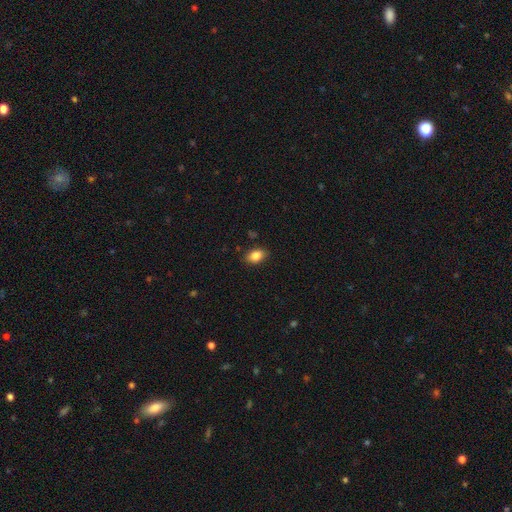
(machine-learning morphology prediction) smooth-or-featured: smooth: 85% | star or artifact: 8% | featured or disk: 7%
  how-rounded: in between: 85% | round: 13% | cigar-shaped: 2%
  merging: none: 86% | minor disturbance: 11% | major disturbance: 2% | merger: 1%